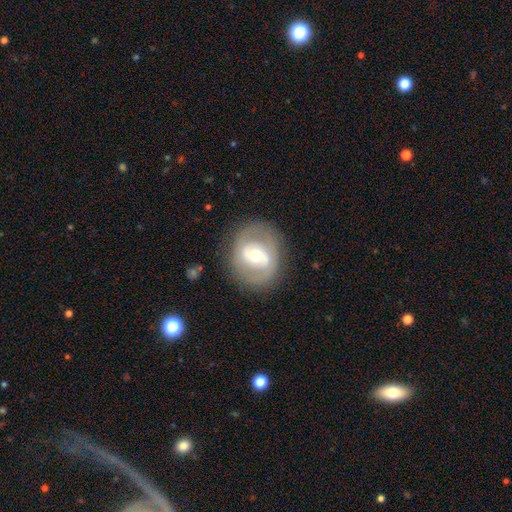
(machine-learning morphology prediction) Smooth or featured? featured or disk (62%)
Edge-on disk? no (95%)
Bar? weak (40%)
Spiral arms? no (54%)
Bulge size? moderate (65%)
Merging? none (80%)